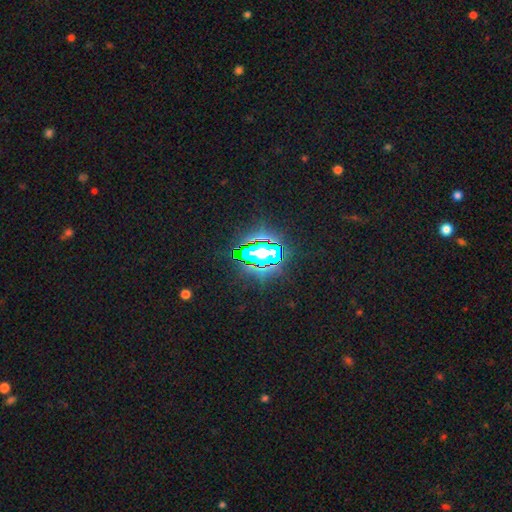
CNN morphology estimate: Smooth or featured?
  - star or artifact: 83% *
  - smooth: 11%
  - featured or disk: 7%